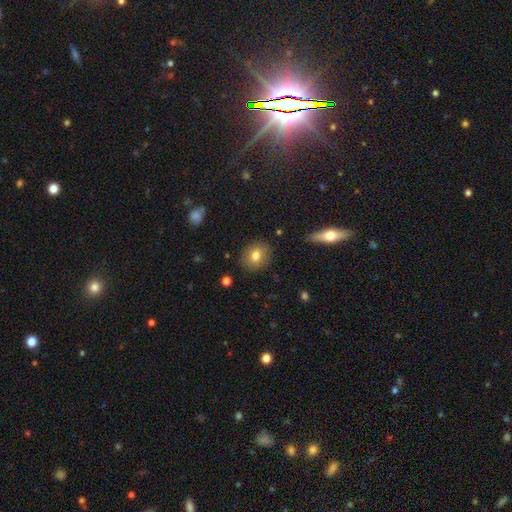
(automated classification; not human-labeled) Overall: smooth (77%). How rounded: round (64%; in between 35%). Merging: none (86%).